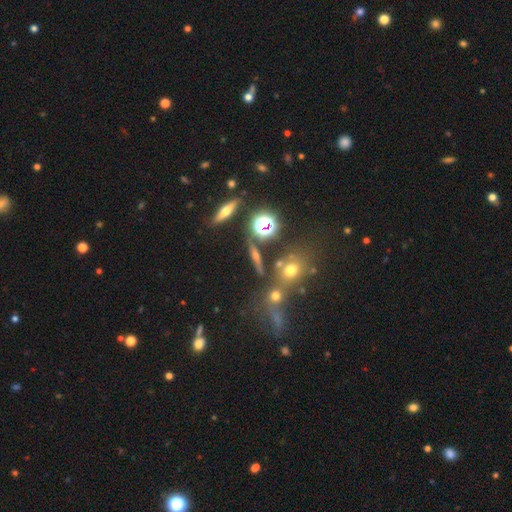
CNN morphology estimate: A smooth galaxy with no disk features (37%). Merging: none (65%).